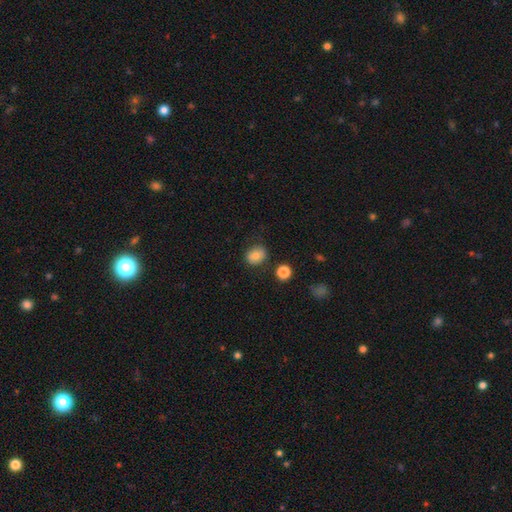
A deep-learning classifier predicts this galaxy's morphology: This is clearly a smooth galaxy (83%). How rounded: possibly round (54%). Merging: likely none (79%).